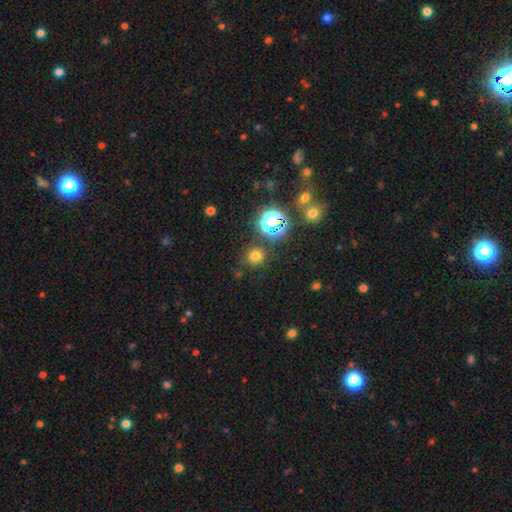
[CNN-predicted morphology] smooth-or-featured: smooth: 70% | star or artifact: 24% | featured or disk: 6%
  how-rounded: round: 91% | in between: 8% | cigar-shaped: 1%
  merging: none: 83% | minor disturbance: 9% | merger: 5% | major disturbance: 4%